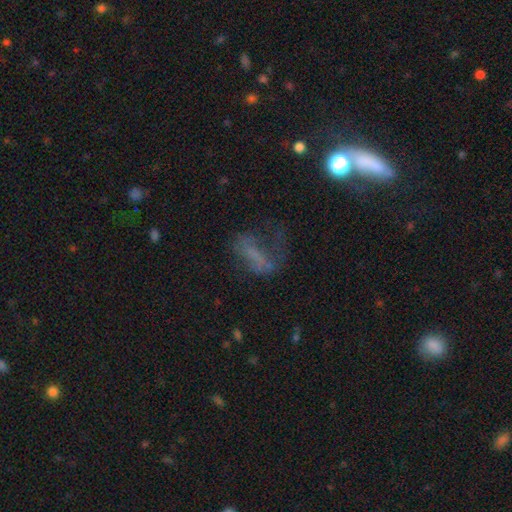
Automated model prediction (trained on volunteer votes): smooth-or-featured: smooth: 38% | featured or disk: 37% | star or artifact: 26%
  merging: major disturbance: 43% | none: 32% | minor disturbance: 19% | merger: 6%